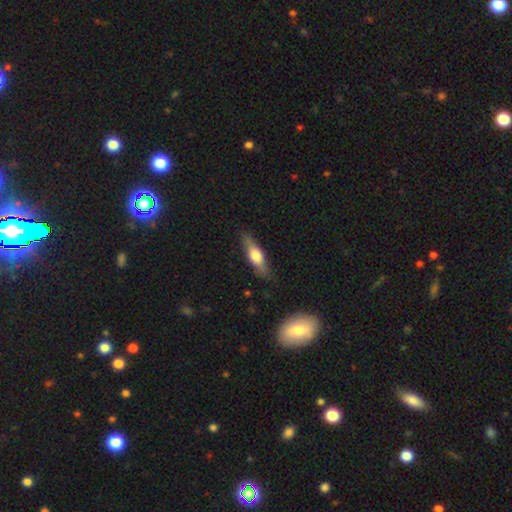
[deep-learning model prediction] Overall: smooth (51%; featured or disk 43%). How rounded: cigar-shaped (57%; in between 40%). Merging: none (82%).